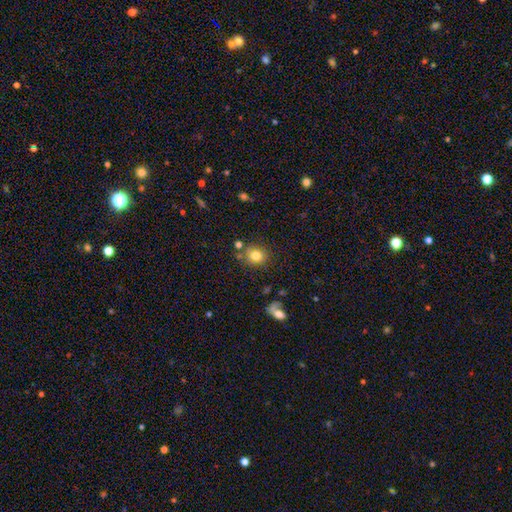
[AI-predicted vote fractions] Morphology: type=smooth (79%); roundness=round (81%); merging=none (74%).